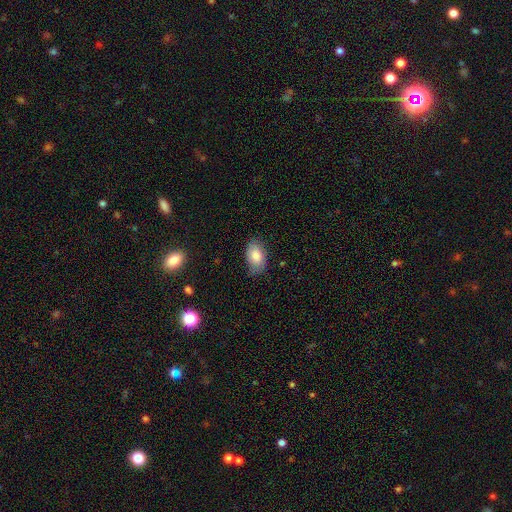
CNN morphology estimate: smooth-or-featured: smooth: 80% | featured or disk: 13% | star or artifact: 7%
  how-rounded: in between: 91% | round: 8% | cigar-shaped: 1%
  merging: none: 70% | minor disturbance: 24% | major disturbance: 5% | merger: 1%